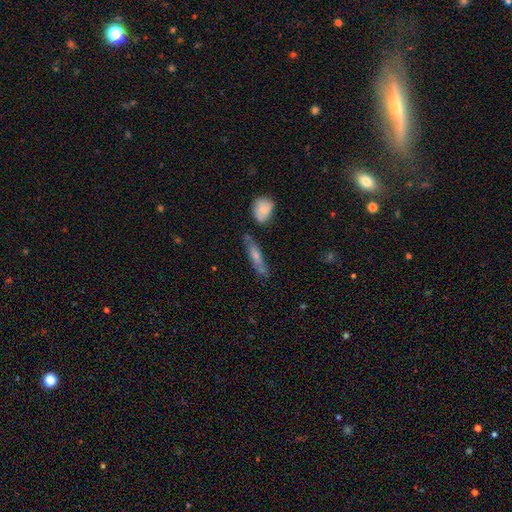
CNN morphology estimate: The model was most divided on "smooth or featured": smooth: 46%, featured or disk: 43%, star or artifact: 10%. More confident: merging — none (67%).